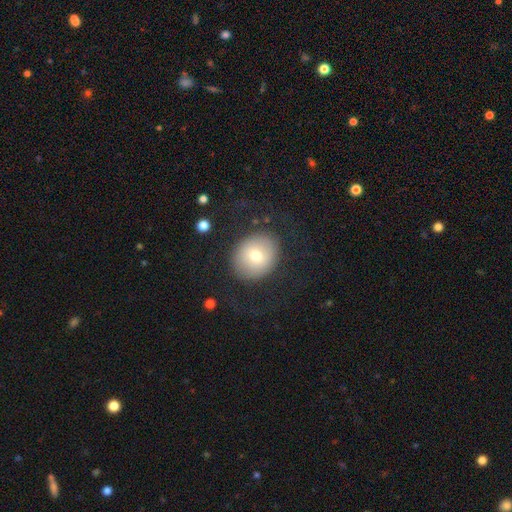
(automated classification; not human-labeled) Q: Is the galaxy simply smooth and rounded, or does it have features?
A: smooth — 71%.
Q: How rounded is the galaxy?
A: round — 71%.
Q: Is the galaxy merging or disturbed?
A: none — 79%.